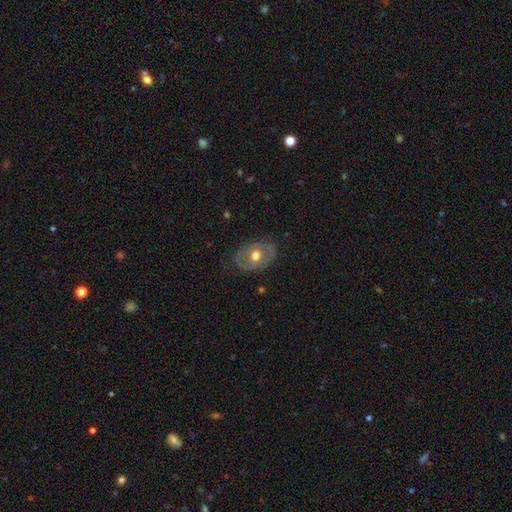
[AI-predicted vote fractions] smooth_or_featured: featured or disk (p=0.53) [alt: smooth p=0.40]
disk_edge_on: no (p=0.93) [alt: yes p=0.07]
merging: none (p=0.77) [alt: minor disturbance p=0.17]